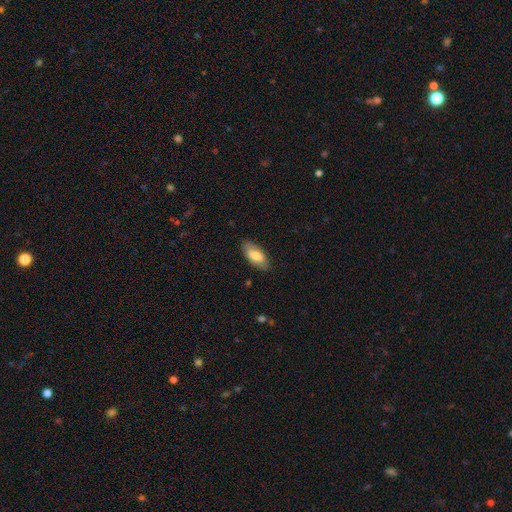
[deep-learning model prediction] This appears to be a smooth galaxy with no disk features (73%) that is in between round and cigar-shaped (88%). Merging: none (83%).